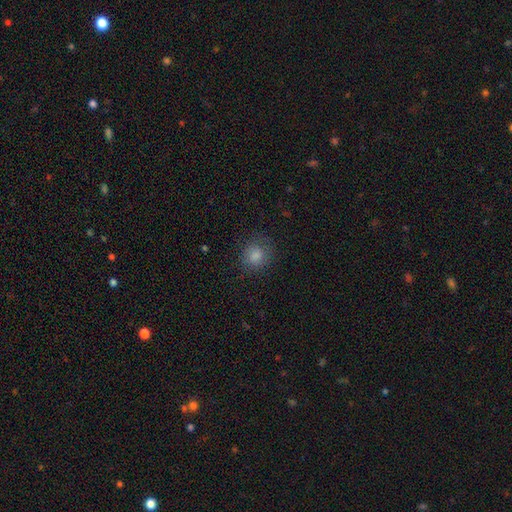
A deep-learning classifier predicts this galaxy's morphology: Smooth or featured? smooth (76%)
How rounded? round (78%)
Merging? none (81%)